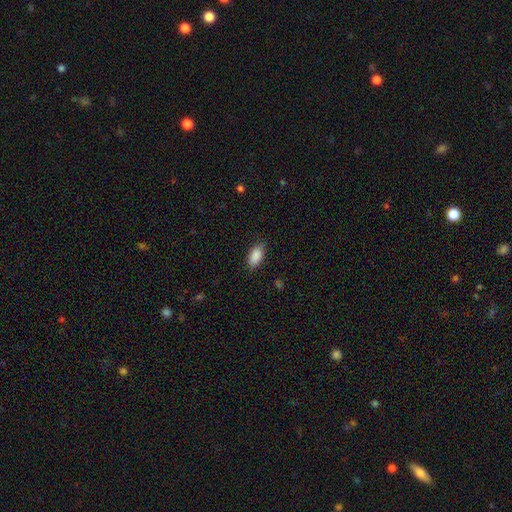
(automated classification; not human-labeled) This appears to be a smooth galaxy with no disk features (88%) that is in between round and cigar-shaped (90%). Merging: none (80%).